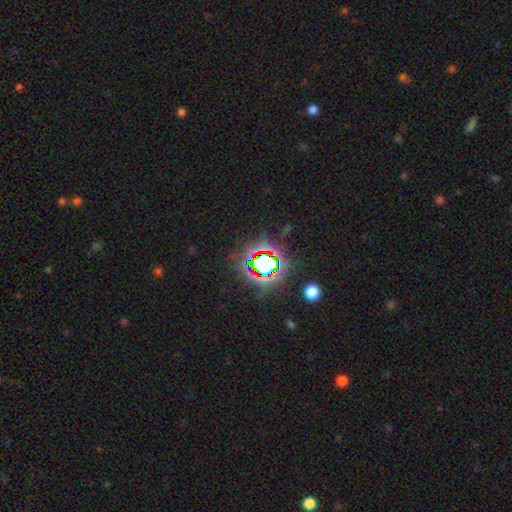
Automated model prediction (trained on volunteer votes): This is likely a star or artifact rather than a galaxy (78%).